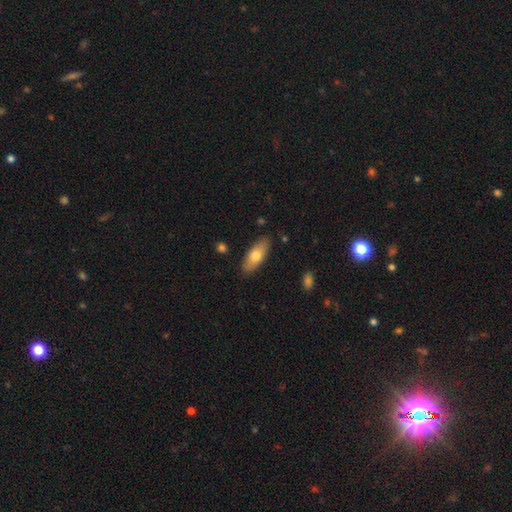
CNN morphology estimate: Smooth or featured? Predicted: smooth (p=0.70). How rounded? Predicted: in between (p=0.76). Merging? Predicted: none (p=0.87).